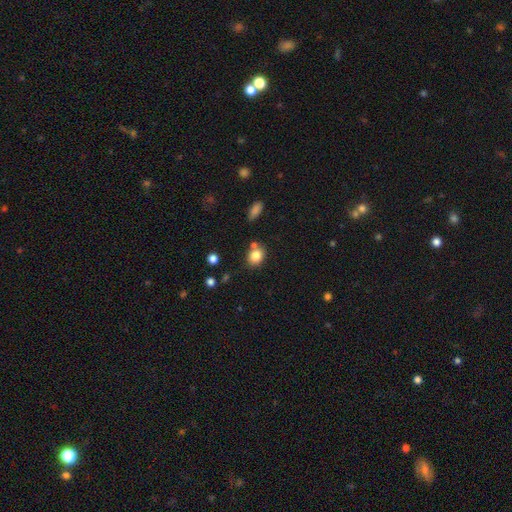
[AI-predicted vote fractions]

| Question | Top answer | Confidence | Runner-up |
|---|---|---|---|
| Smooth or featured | smooth | 83% | star or artifact (10%) |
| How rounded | round | 61% | in between (38%) |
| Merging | none | 66% | merger (16%) |